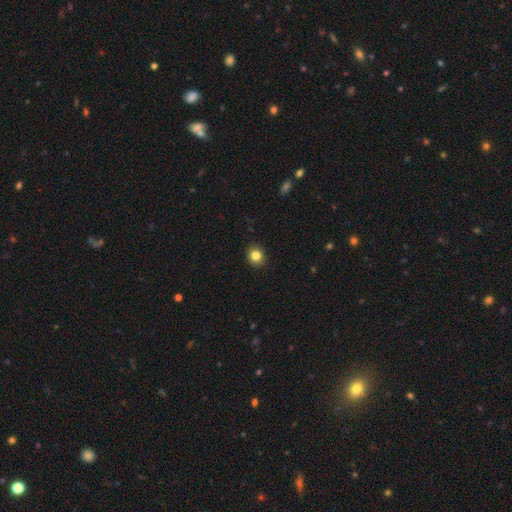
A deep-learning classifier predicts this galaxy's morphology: type=smooth (83%); roundness=round (84%); merging=none (91%).